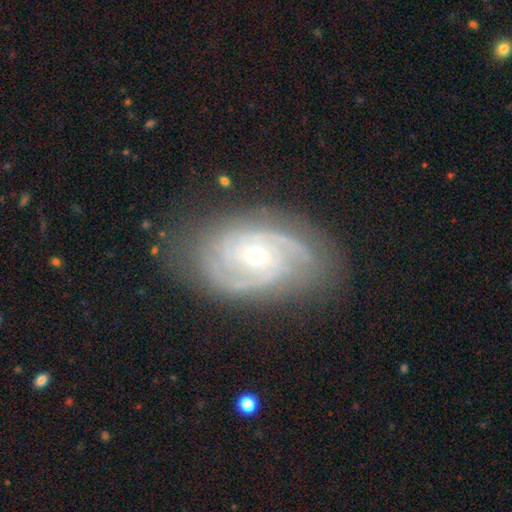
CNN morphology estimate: Smooth or featured? Predicted: featured or disk (p=0.89). Edge-on disk? Predicted: no (p=0.96). Bar? Predicted: no (p=0.58). Spiral arms? Predicted: yes (p=0.98). Spiral winding? Predicted: tight (p=0.60). Spiral arm count? Predicted: 2 (p=0.37). Bulge size? Predicted: small (p=0.61). Merging? Predicted: none (p=0.78).